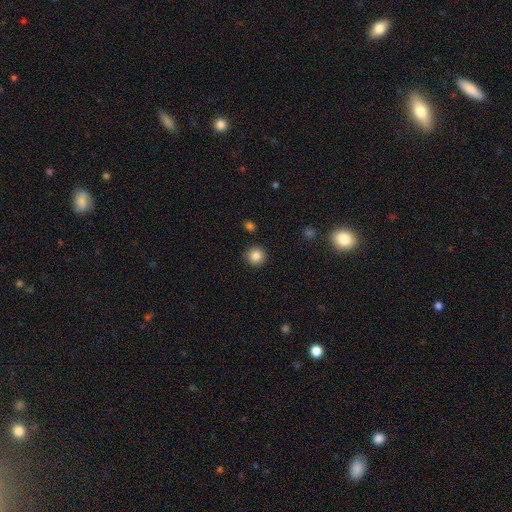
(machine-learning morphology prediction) smooth_or_featured: smooth (p=0.86) [alt: star or artifact p=0.10]
how_rounded: round (p=0.94) [alt: in between p=0.05]
merging: none (p=0.89) [alt: minor disturbance p=0.07]